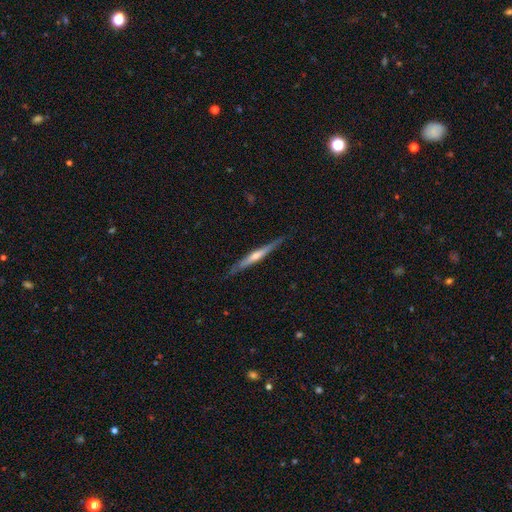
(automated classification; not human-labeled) featured or disk 71%, smooth 23%, star or artifact 5%. Down the decision tree: edge-on disk — yes (97%); edge-on bulge — rounded (70%); merging — none (87%).